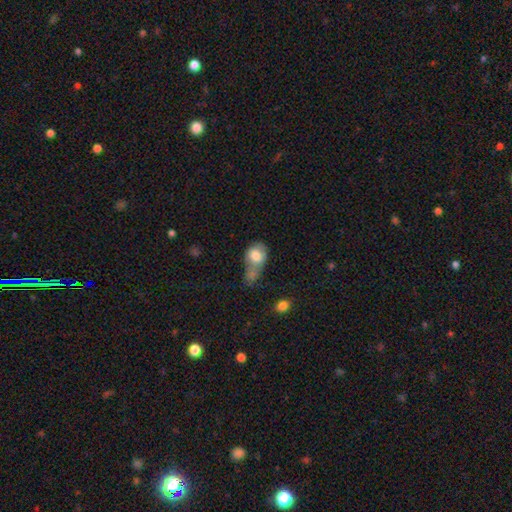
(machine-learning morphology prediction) smooth 73%, featured or disk 19%, star or artifact 8%. Down the decision tree: how rounded — in between (65%); merging — merger (47%).